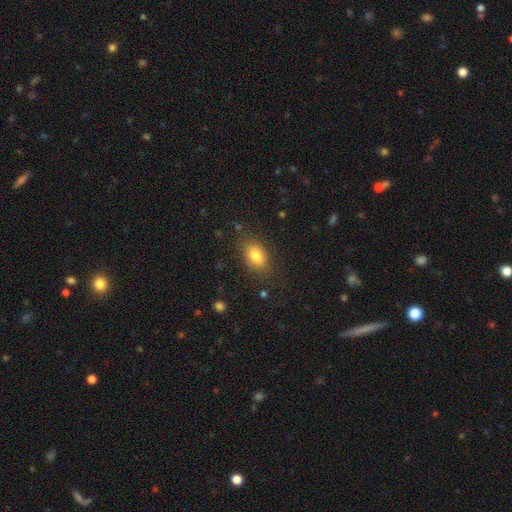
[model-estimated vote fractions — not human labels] A smooth galaxy with no disk features (81%) that is in between round and cigar-shaped (85%). Merging: none (82%).